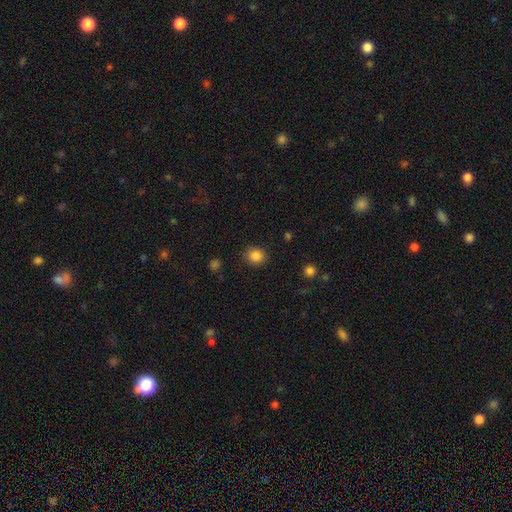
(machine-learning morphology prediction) Smooth or featured? smooth (85%)
How rounded? round (74%)
Merging? none (86%)